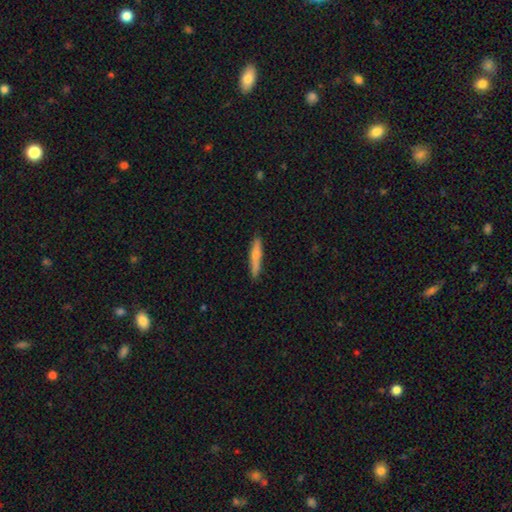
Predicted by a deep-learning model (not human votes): This is likely a smooth galaxy (69%). How rounded: clearly cigar-shaped (90%). Merging: clearly none (87%).